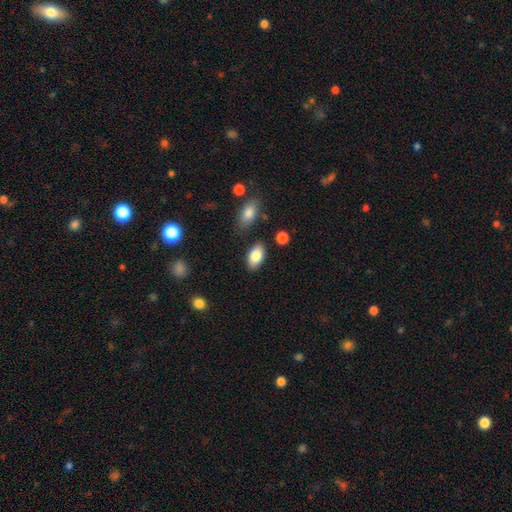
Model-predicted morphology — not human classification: Q: Smooth or featured?
A: smooth (83%); runner-up: featured or disk (10%)
Q: How rounded?
A: in between (93%); runner-up: round (4%)
Q: Merging?
A: none (83%); runner-up: minor disturbance (11%)